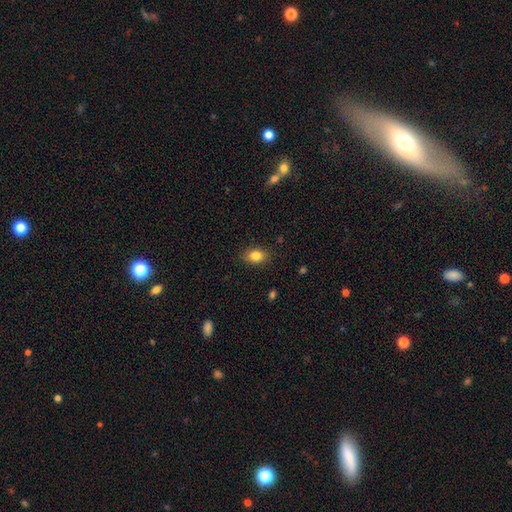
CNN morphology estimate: The model was most divided on "how rounded": in between: 72%, round: 27%, cigar-shaped: 1%. More confident: merging — none (86%); smooth or featured — smooth (83%).